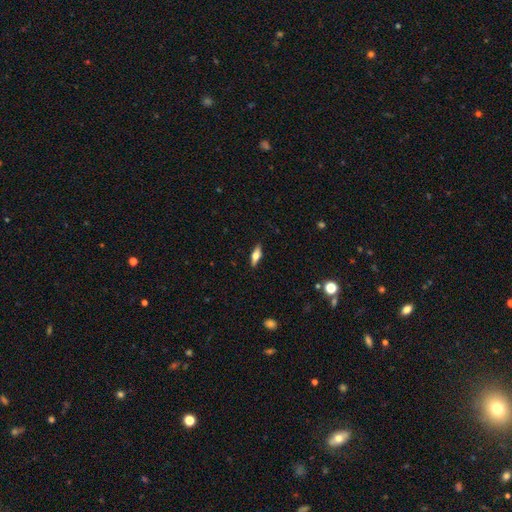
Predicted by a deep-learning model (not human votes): Smooth or featured?
  - smooth: 52% *
  - featured or disk: 41%
  - star or artifact: 7%
How rounded?
  - in between: 62% *
  - cigar-shaped: 35%
  - round: 3%
Merging?
  - none: 89% *
  - minor disturbance: 8%
  - major disturbance: 2%
  - merger: 1%